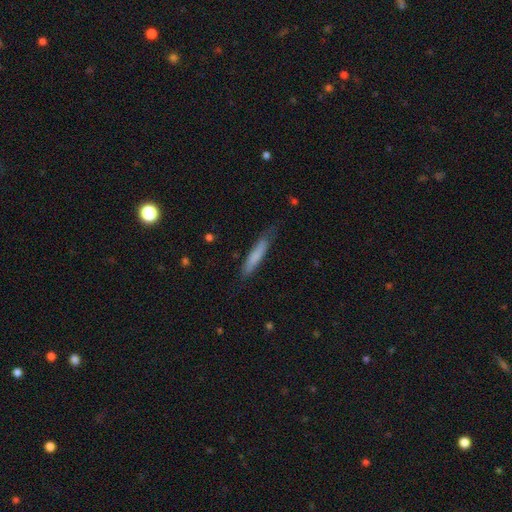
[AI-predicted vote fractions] Overall: smooth (73%). How rounded: cigar-shaped (91%). Merging: none (72%).